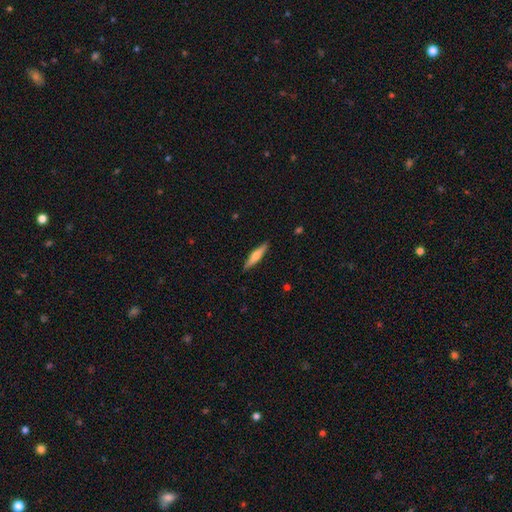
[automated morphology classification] This appears to be a smooth galaxy with no disk features (56%) that is cigar-shaped (87%). Merging: none (90%).